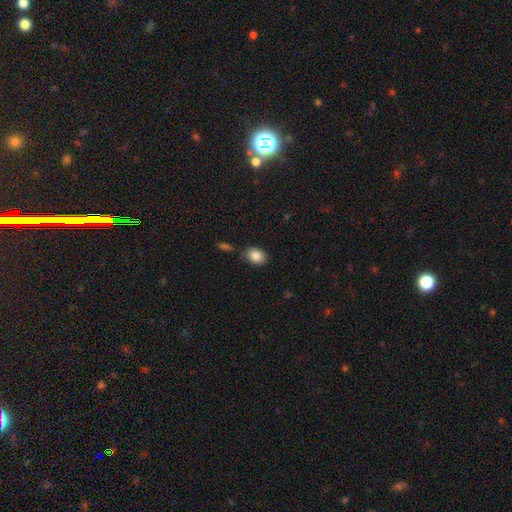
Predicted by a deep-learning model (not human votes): Overall: smooth (85%). How rounded: in between (63%; round 36%). Merging: none (74%).